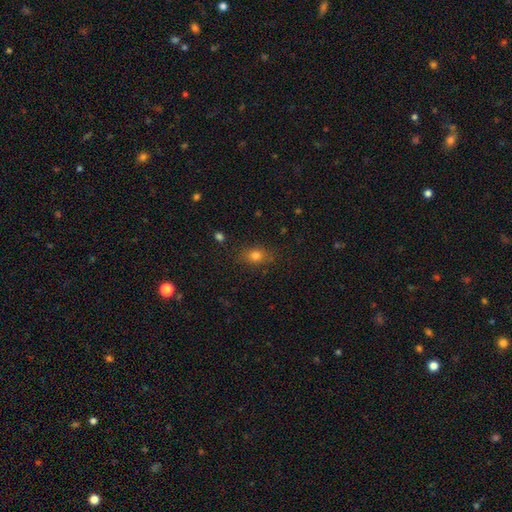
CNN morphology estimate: Overall: smooth (77%). How rounded: in between (55%; round 43%). Merging: none (81%).